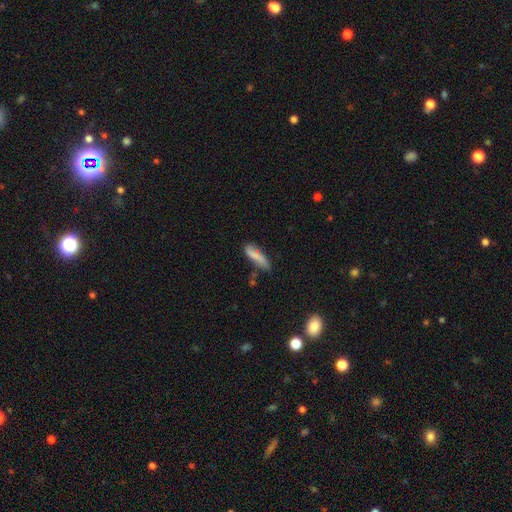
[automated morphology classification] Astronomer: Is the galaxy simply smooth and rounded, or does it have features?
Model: smooth — 73%.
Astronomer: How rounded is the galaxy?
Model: cigar-shaped — 62%.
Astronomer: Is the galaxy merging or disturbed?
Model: none — 52% (runner-up: minor disturbance, 30%).